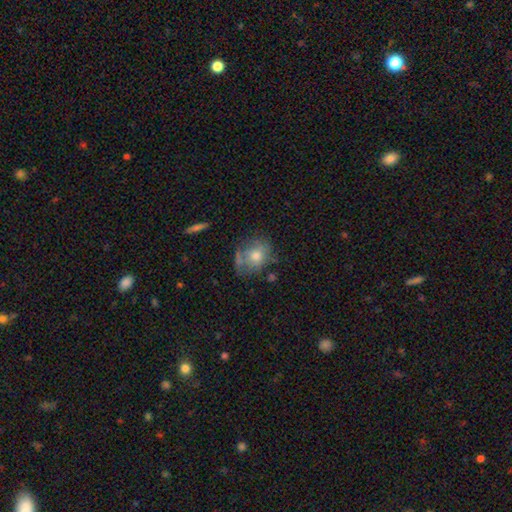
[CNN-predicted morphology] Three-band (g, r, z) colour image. It shows a smooth galaxy with no disk features (59%) that is round (54%). Merging: none (53%).